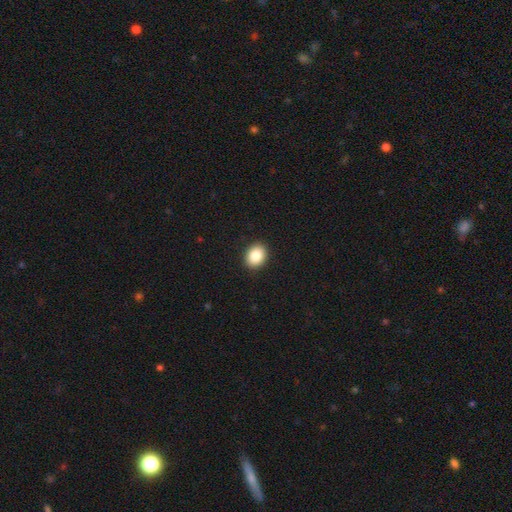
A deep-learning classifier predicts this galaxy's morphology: type=smooth (86%); roundness=in between (54%); merging=none (92%).